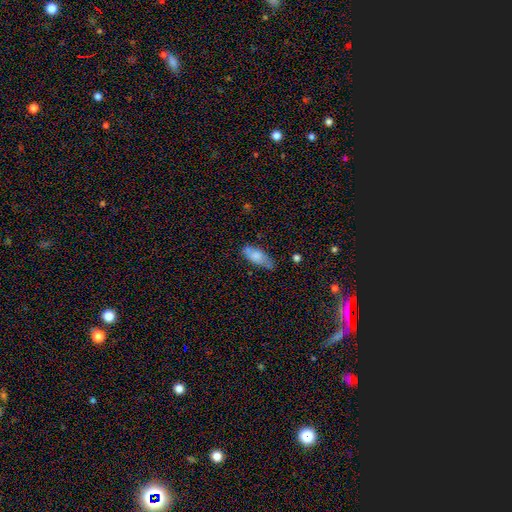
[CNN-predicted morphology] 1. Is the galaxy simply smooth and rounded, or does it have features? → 73% smooth, 20% featured or disk, 7% star or artifact.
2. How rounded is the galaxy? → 79% in between, 19% cigar-shaped, 2% round.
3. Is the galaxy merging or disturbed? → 64% none, 27% minor disturbance, 6% major disturbance, 3% merger.